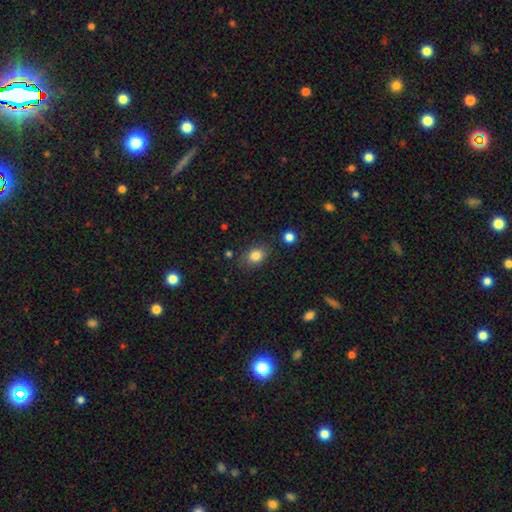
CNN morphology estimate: This appears to be a smooth galaxy with no disk features (83%) that is in between round and cigar-shaped (69%). Merging: none (79%).